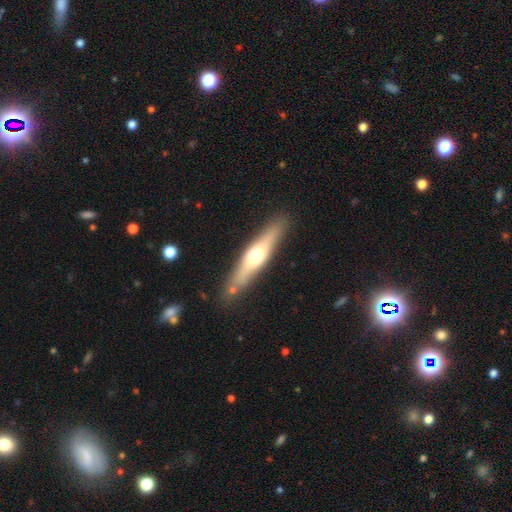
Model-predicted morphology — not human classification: featured or disk 50%, smooth 44%, star or artifact 5%. Down the decision tree: edge-on disk — yes (89%); merging — none (84%).